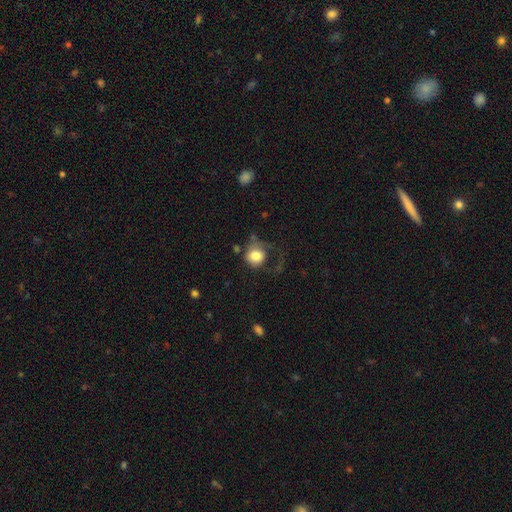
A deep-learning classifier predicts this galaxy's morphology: Smooth or featured?
  - smooth: 78% *
  - featured or disk: 13%
  - star or artifact: 8%
How rounded?
  - round: 81% *
  - in between: 18%
  - cigar-shaped: 1%
Merging?
  - none: 40% *
  - major disturbance: 34%
  - minor disturbance: 21%
  - merger: 5%